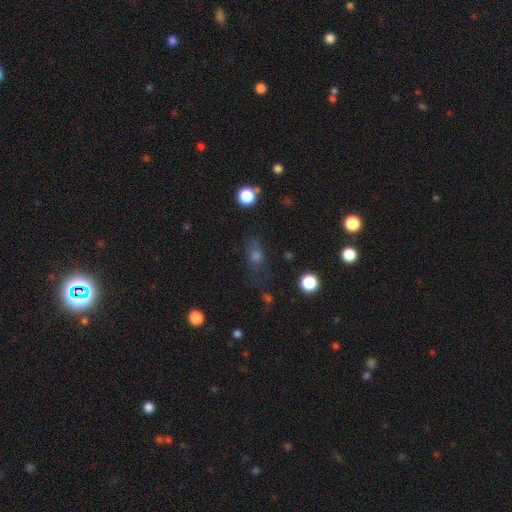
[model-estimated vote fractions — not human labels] Smooth or featured: smooth — 59% (star or artifact — 24%)
How rounded: in between — 61% (round — 27%)
Merging: none — 61% (minor disturbance — 22%)